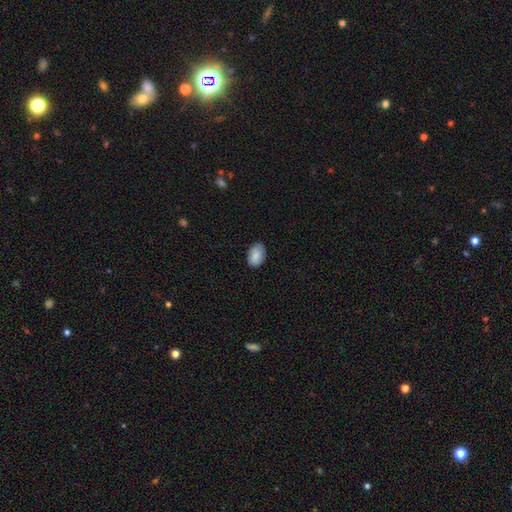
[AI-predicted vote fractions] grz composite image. It shows a smooth galaxy with no disk features (88%) that is in between round and cigar-shaped (88%). Merging: none (85%).